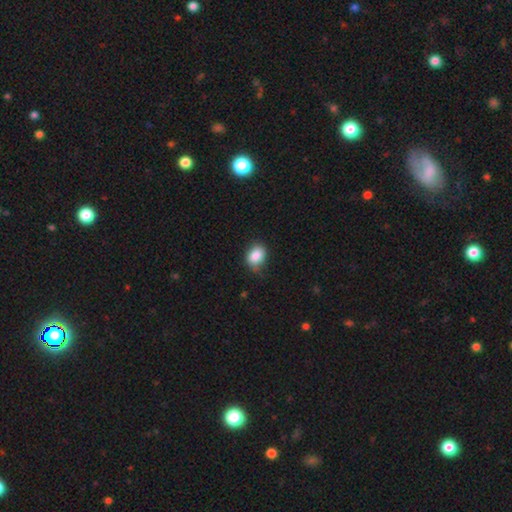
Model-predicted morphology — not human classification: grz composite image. It shows a smooth galaxy with no disk features (86%) that is in between round and cigar-shaped (68%). Merging: none (67%).